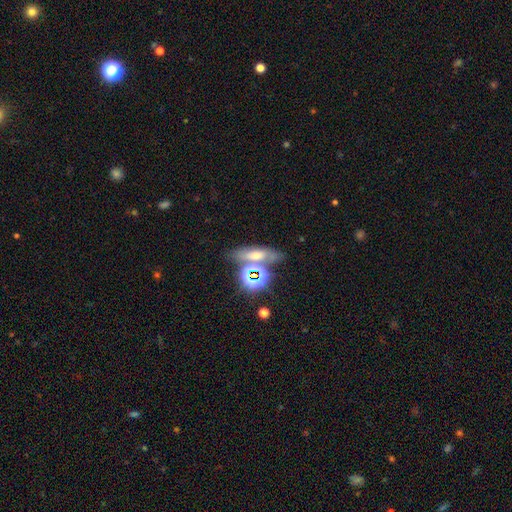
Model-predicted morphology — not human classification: smooth 38%, star or artifact 37%, featured or disk 25%. Down the decision tree: merging — none (60%).